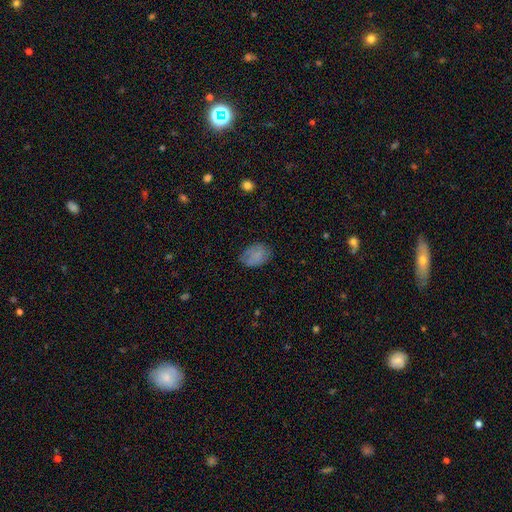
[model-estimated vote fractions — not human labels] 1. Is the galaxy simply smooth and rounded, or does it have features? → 77% smooth, 14% featured or disk, 9% star or artifact.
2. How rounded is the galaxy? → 80% in between, 19% round, 1% cigar-shaped.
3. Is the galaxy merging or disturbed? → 71% none, 21% minor disturbance, 6% major disturbance, 1% merger.